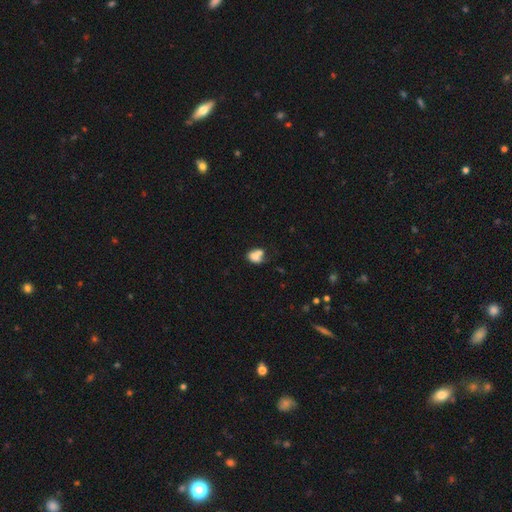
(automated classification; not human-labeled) Smooth or featured? Predicted: smooth (p=0.72). How rounded? Predicted: in between (p=0.63). Merging? Predicted: merger (p=0.46).